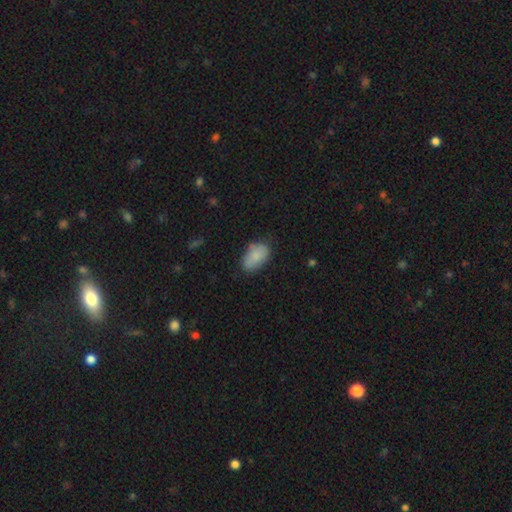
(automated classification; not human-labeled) smooth-or-featured: smooth: 82% | featured or disk: 10% | star or artifact: 7%
  how-rounded: in between: 91% | round: 8% | cigar-shaped: 2%
  merging: none: 60% | minor disturbance: 28% | major disturbance: 7% | merger: 4%